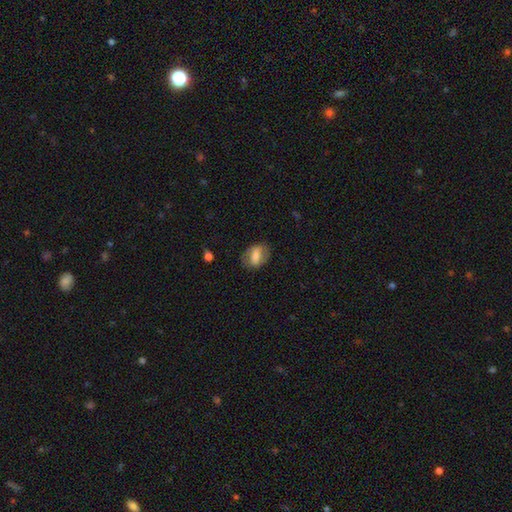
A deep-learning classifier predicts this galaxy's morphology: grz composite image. It shows a smooth galaxy with no disk features (53%) that is in between round and cigar-shaped (79%). Merging: none (73%).